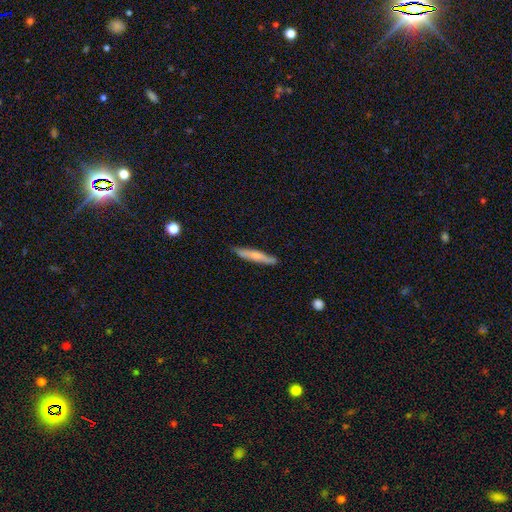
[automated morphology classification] The model was most divided on "smooth or featured": smooth: 56%, featured or disk: 39%, star or artifact: 6%. More confident: how rounded — cigar-shaped (92%); merging — none (83%).